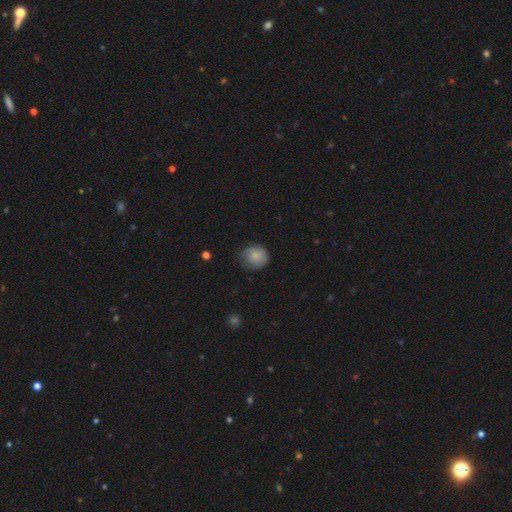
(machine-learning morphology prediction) This appears to be a smooth galaxy with no disk features (74%) that is round (79%). Merging: none (67%).